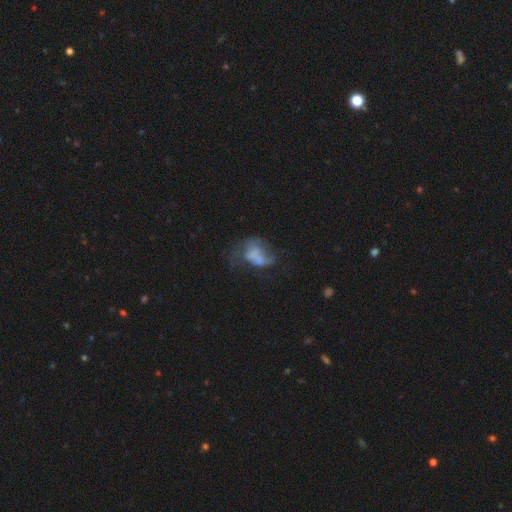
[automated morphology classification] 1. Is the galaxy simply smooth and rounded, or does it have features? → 46% featured or disk, 41% smooth, 13% star or artifact.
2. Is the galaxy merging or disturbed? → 41% major disturbance, 23% none, 19% minor disturbance, 17% merger.